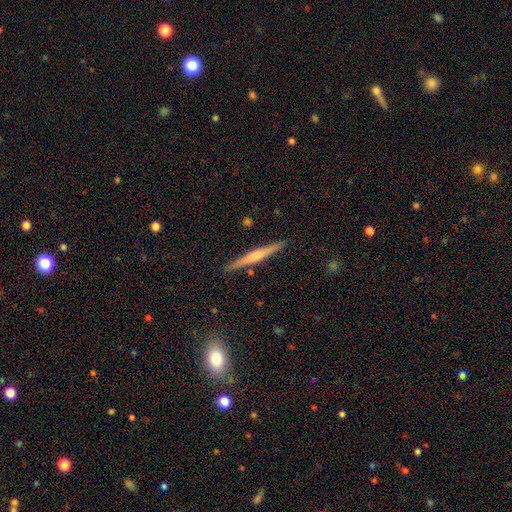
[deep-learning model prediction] Q: Smooth or featured?
A: featured or disk (61%); runner-up: smooth (33%)
Q: Edge-on disk?
A: yes (98%); runner-up: no (2%)
Q: Edge-on bulge?
A: rounded (55%); runner-up: none (25%)
Q: Merging?
A: none (91%); runner-up: minor disturbance (7%)